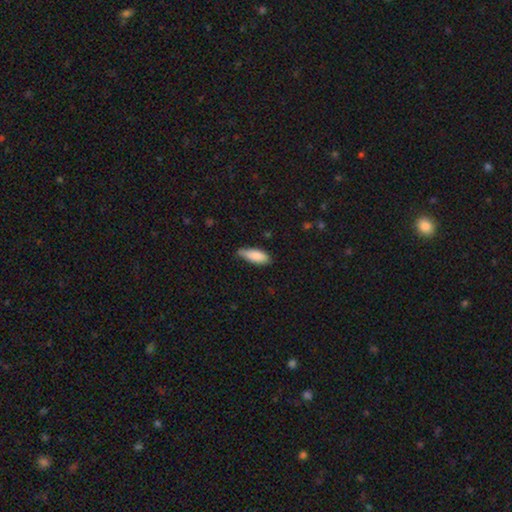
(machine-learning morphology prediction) smooth_or_featured: smooth (p=0.86) [alt: featured or disk p=0.08]
how_rounded: in between (p=0.72) [alt: cigar-shaped p=0.26]
merging: none (p=0.57) [alt: minor disturbance p=0.36]